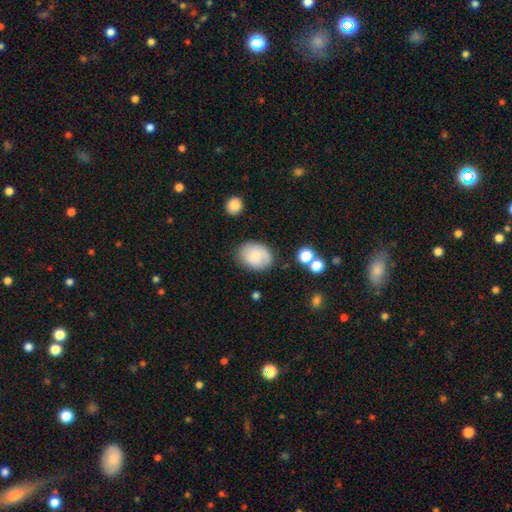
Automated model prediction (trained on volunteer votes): Smooth or featured?
  - smooth: 73% *
  - featured or disk: 18%
  - star or artifact: 8%
How rounded?
  - in between: 65% *
  - round: 34%
  - cigar-shaped: 1%
Merging?
  - none: 76% *
  - minor disturbance: 17%
  - major disturbance: 4%
  - merger: 3%